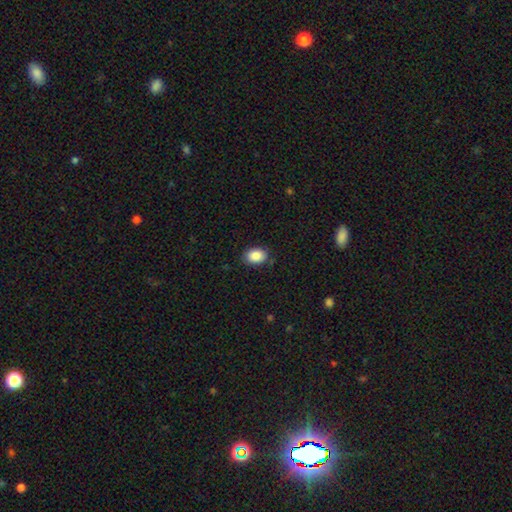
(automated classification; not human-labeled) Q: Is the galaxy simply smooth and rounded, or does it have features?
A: smooth — 88%.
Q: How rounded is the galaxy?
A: in between — 80%.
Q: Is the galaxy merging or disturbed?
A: none — 83%.